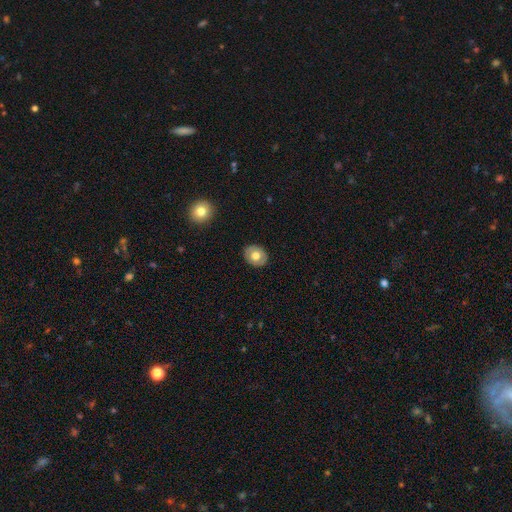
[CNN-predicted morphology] This is likely a smooth galaxy (65%). How rounded: possibly round (52%). Merging: clearly none (89%).